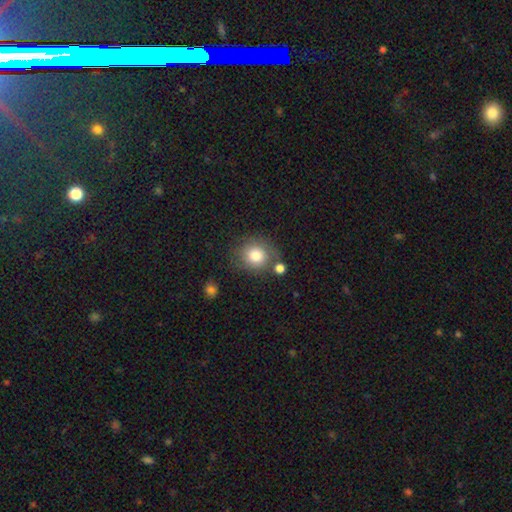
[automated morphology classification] Q: Smooth or featured?
A: smooth (79%); runner-up: featured or disk (11%)
Q: How rounded?
A: round (85%); runner-up: in between (14%)
Q: Merging?
A: none (70%); runner-up: minor disturbance (14%)